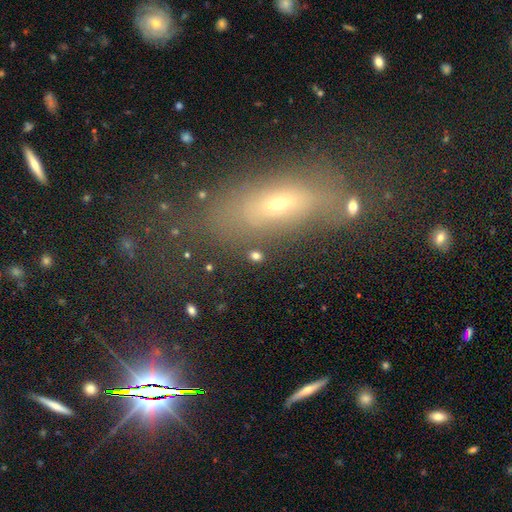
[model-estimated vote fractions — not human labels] The model was most divided on "how rounded": in between: 51%, round: 45%, cigar-shaped: 5%. More confident: merging — none (84%); smooth or featured — smooth (75%).